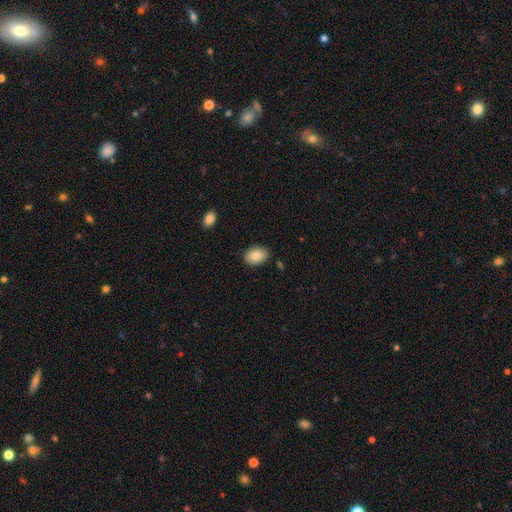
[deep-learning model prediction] smooth-or-featured: smooth: 87% | star or artifact: 7% | featured or disk: 6%
  how-rounded: in between: 80% | round: 19% | cigar-shaped: 1%
  merging: none: 86% | minor disturbance: 10% | major disturbance: 2% | merger: 2%